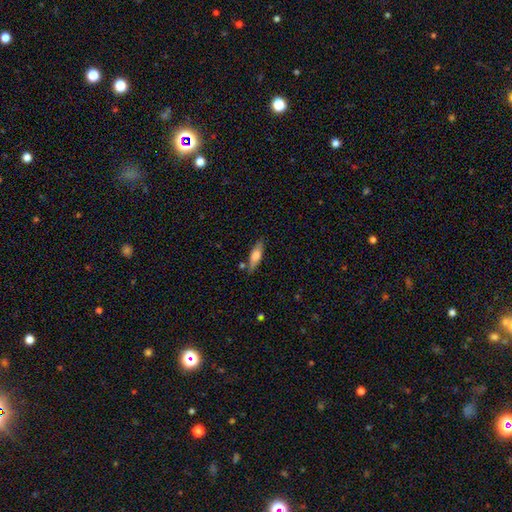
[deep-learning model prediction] smooth 62%, featured or disk 31%, star or artifact 7%. Down the decision tree: how rounded — cigar-shaped (51%); merging — none (76%).